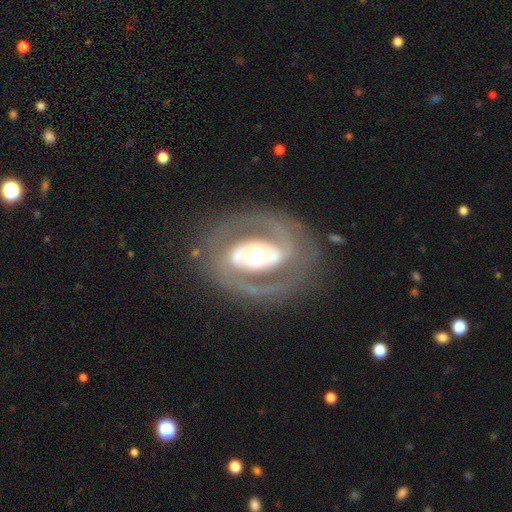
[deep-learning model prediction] Morphology: type=featured or disk (86%); edge-on=no (96%); bar=no (46%); spiral arms=yes (86%); winding=medium (45%); arm count=2 (86%); bulge=moderate (52%); merging=none (78%).